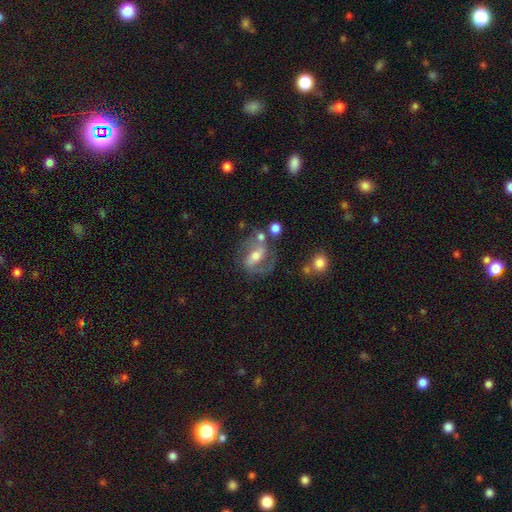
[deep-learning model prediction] Q: Smooth or featured?
A: featured or disk (72%); runner-up: smooth (19%)
Q: Edge-on disk?
A: no (94%); runner-up: yes (6%)
Q: Bar?
A: strong (44%); runner-up: weak (35%)
Q: Spiral arms?
A: yes (85%); runner-up: no (15%)
Q: Spiral winding?
A: medium (49%); runner-up: tight (25%)
Q: Spiral arm count?
A: 2 (78%); runner-up: 1 (10%)
Q: Bulge size?
A: moderate (64%); runner-up: small (26%)
Q: Merging?
A: none (57%); runner-up: minor disturbance (19%)